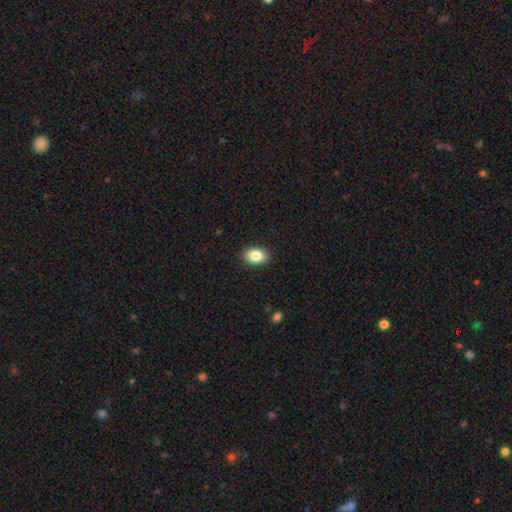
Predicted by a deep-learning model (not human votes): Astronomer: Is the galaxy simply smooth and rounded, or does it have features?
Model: smooth — 86%.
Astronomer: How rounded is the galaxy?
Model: in between — 84%.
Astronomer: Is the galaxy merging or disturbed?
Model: none — 90%.